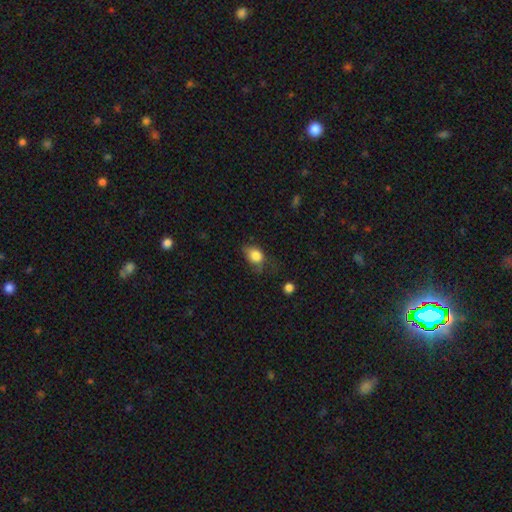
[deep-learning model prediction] The model was most divided on "merging": none: 39%, minor disturbance: 37%, major disturbance: 21%, merger: 3%. More confident: smooth or featured — smooth (82%); how rounded — in between (58%).